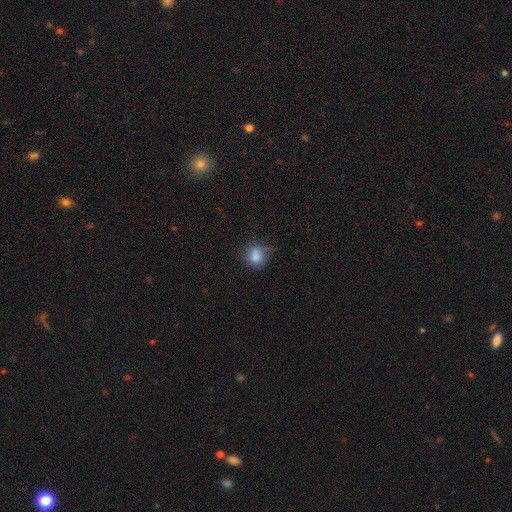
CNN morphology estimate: smooth-or-featured: smooth: 82% | star or artifact: 10% | featured or disk: 7%
  how-rounded: round: 74% | in between: 24% | cigar-shaped: 1%
  merging: none: 61% | minor disturbance: 28% | major disturbance: 9% | merger: 2%